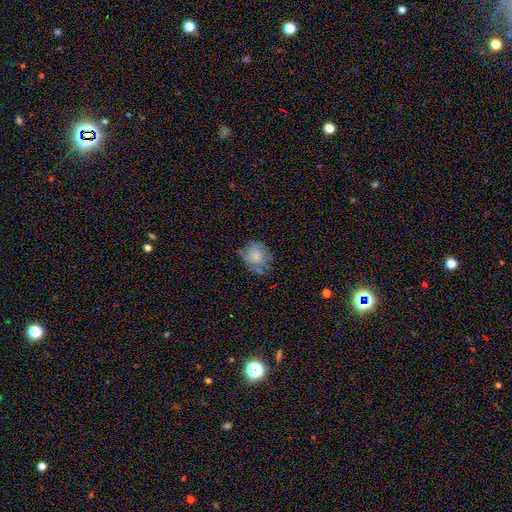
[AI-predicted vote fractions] Smooth or featured?
  - smooth: 63% *
  - featured or disk: 24%
  - star or artifact: 13%
How rounded?
  - round: 66% *
  - in between: 32%
  - cigar-shaped: 1%
Merging?
  - none: 58% *
  - minor disturbance: 28%
  - major disturbance: 11%
  - merger: 3%